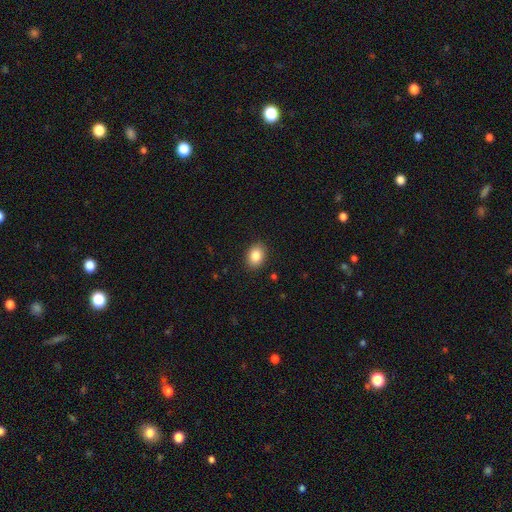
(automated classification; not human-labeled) The model was most divided on "how rounded": in between: 68%, round: 31%, cigar-shaped: 1%. More confident: merging — none (89%); smooth or featured — smooth (86%).